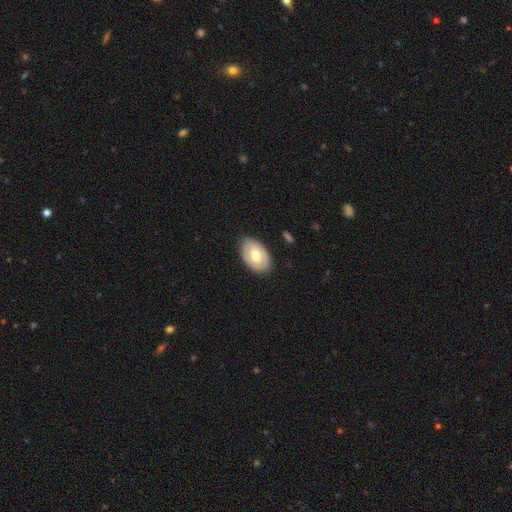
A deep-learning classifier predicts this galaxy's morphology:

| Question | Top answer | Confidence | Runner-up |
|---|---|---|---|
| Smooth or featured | smooth | 48% | featured or disk (46%) |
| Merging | none | 82% | minor disturbance (14%) |